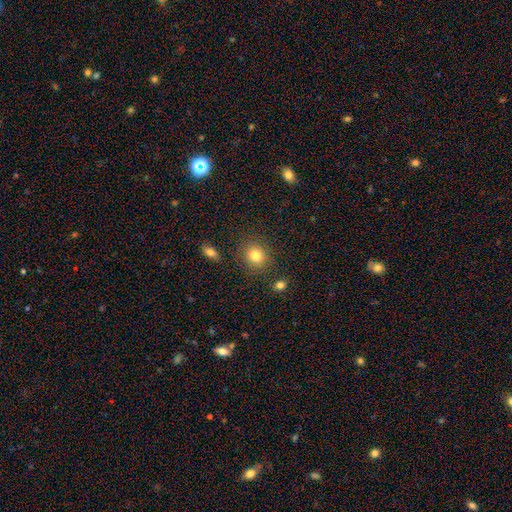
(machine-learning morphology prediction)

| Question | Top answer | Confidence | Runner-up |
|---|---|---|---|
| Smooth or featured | smooth | 82% | star or artifact (11%) |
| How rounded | round | 77% | in between (22%) |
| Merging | none | 84% | minor disturbance (9%) |